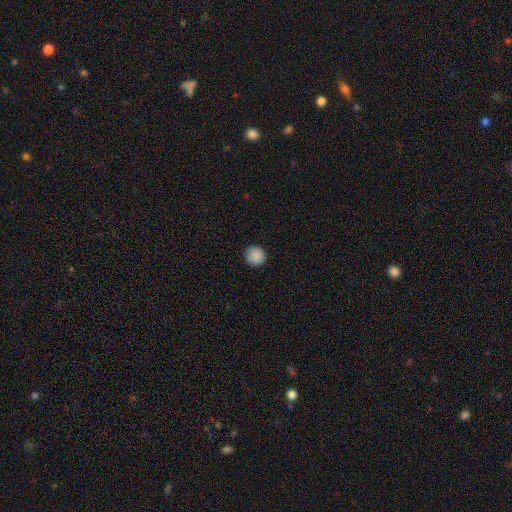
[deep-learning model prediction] smooth 89%, star or artifact 8%, featured or disk 3%. Down the decision tree: how rounded — round (93%); merging — none (90%).